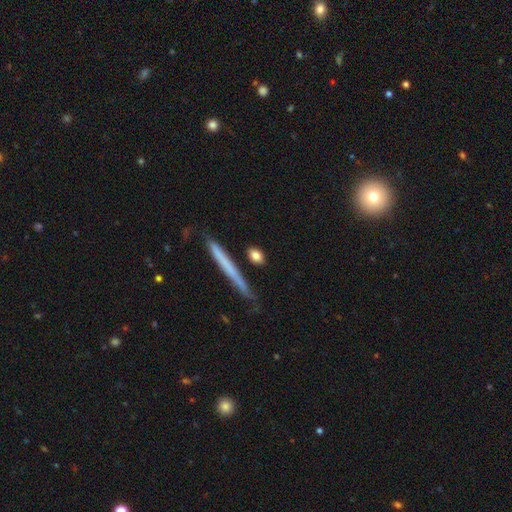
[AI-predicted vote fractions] This appears to be a smooth galaxy with no disk features (82%) that is in between round and cigar-shaped (47%). Merging: none (81%).